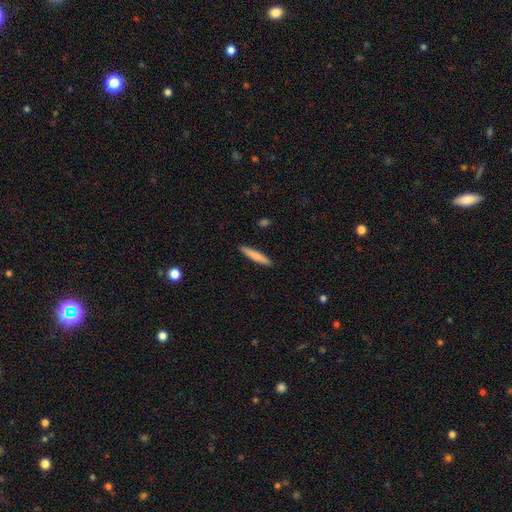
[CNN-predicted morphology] type=smooth (80%); roundness=cigar-shaped (92%); merging=none (91%).